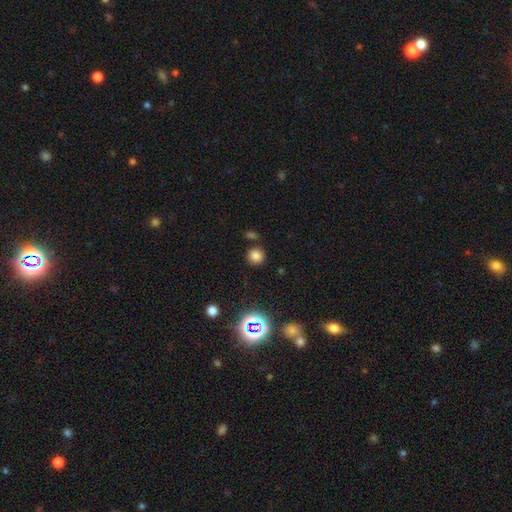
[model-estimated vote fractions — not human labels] Smooth or featured? smooth (77%)
How rounded? round (91%)
Merging? none (83%)